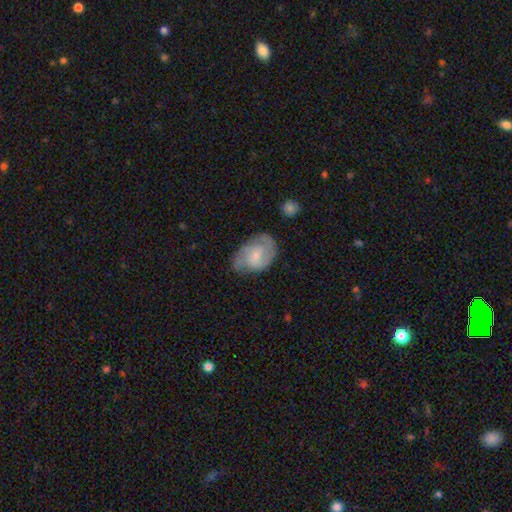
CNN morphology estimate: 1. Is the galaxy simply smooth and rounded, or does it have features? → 68% featured or disk, 26% smooth, 6% star or artifact.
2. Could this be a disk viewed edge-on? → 97% no, 3% yes.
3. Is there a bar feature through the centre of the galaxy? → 52% no, 42% weak, 6% strong.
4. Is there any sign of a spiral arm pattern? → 91% yes, 9% no.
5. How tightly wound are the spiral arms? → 48% medium, 37% tight, 16% loose.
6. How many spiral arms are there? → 63% 2, 18% can't tell, 11% 3, 4% 1, 2% 4, 2% more than 4.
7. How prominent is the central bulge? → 63% small, 29% moderate, 5% none, 2% large, 1% dominant.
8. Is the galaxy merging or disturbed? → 65% none, 25% minor disturbance, 8% major disturbance, 2% merger.